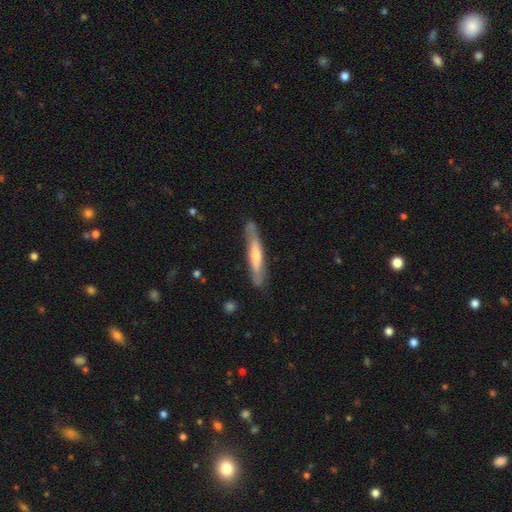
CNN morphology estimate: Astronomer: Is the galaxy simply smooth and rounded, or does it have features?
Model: featured or disk — 48% (runner-up: smooth, 47%).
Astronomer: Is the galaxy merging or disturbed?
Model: none — 80%.